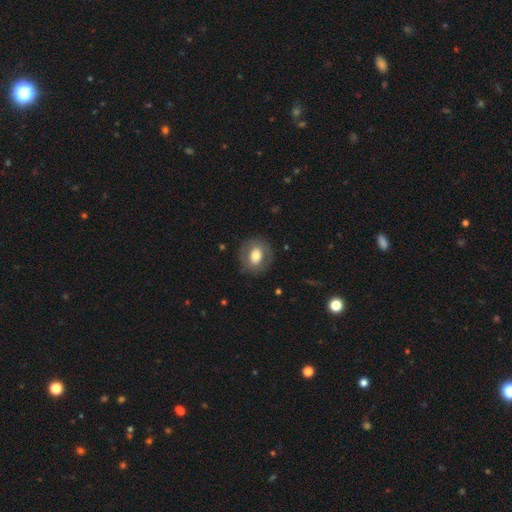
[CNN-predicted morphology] A smooth galaxy with no disk features (59%) that is round (66%). Merging: none (82%).